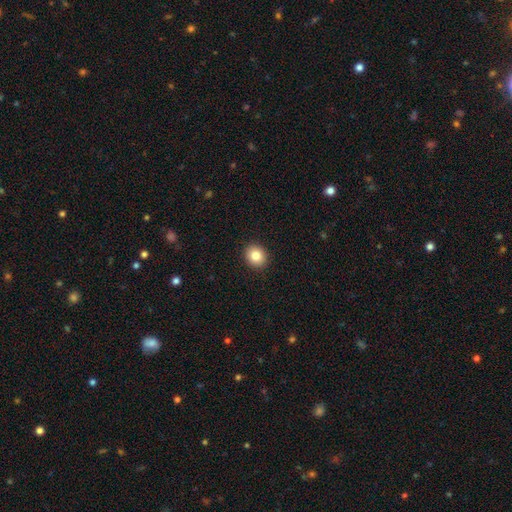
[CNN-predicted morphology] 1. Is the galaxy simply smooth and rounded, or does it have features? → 84% smooth, 9% star or artifact, 7% featured or disk.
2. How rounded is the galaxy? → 75% round, 24% in between, 1% cigar-shaped.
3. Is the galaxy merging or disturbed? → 92% none, 6% minor disturbance, 2% major disturbance, 1% merger.